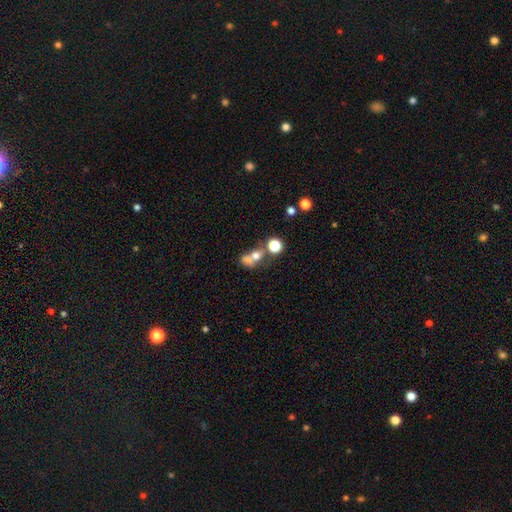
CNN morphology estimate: smooth 62%, featured or disk 21%, star or artifact 17%. Down the decision tree: how rounded — round (53%); merging — merger (53%).